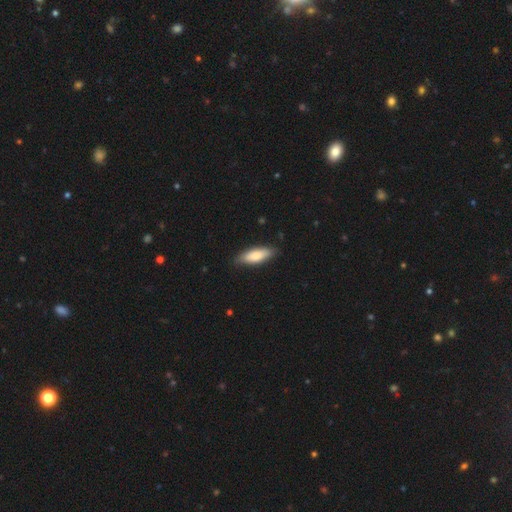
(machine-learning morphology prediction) type=smooth (78%); roundness=in between (59%); merging=none (84%).